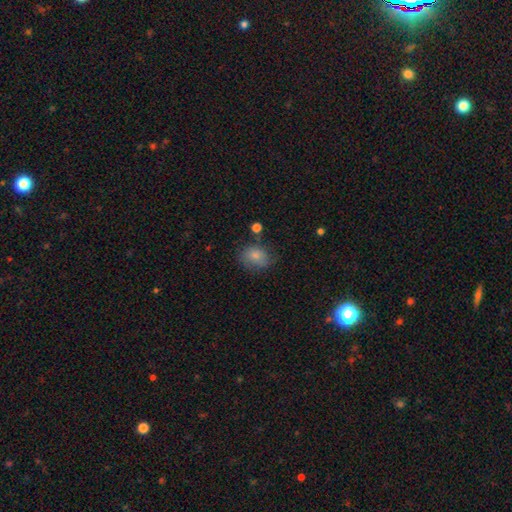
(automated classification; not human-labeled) Smooth or featured?
  - smooth: 80% *
  - featured or disk: 11%
  - star or artifact: 9%
How rounded?
  - in between: 53% *
  - round: 46%
  - cigar-shaped: 1%
Merging?
  - none: 64% *
  - minor disturbance: 23%
  - major disturbance: 8%
  - merger: 5%